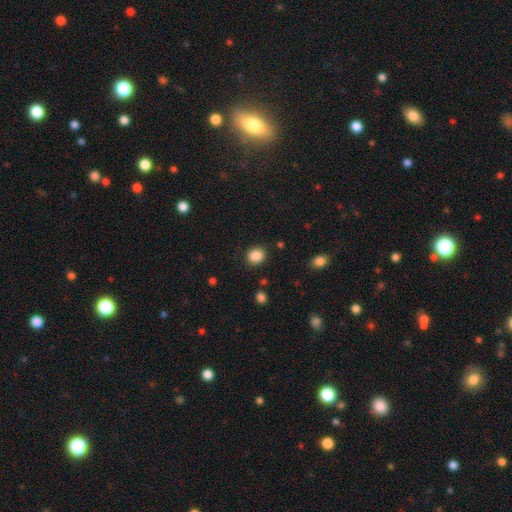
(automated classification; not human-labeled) Smooth or featured: smooth — 86% (star or artifact — 10%)
How rounded: round — 70% (in between — 29%)
Merging: none — 87% (minor disturbance — 8%)